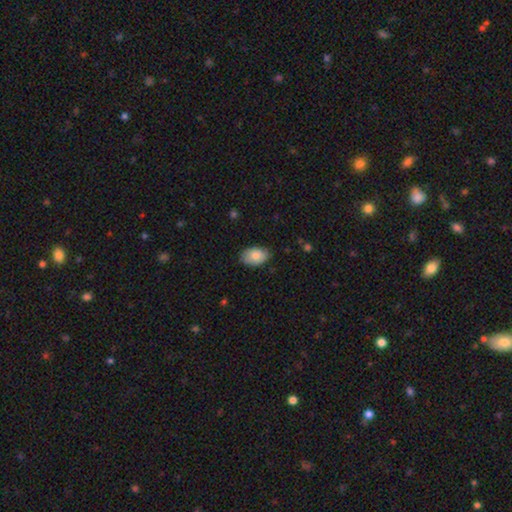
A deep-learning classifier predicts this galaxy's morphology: Smooth or featured? Predicted: smooth (p=0.84). How rounded? Predicted: in between (p=0.90). Merging? Predicted: none (p=0.80).